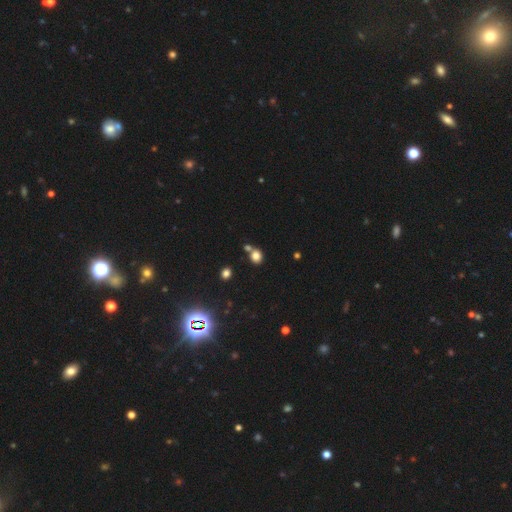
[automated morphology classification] Overall: smooth (79%). How rounded: round (73%). Merging: none (61%; merger 26%).